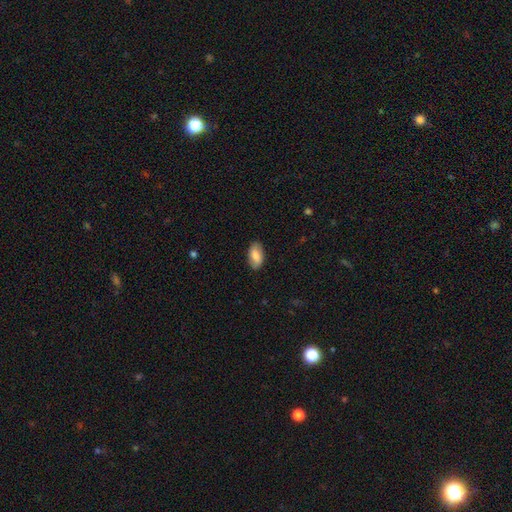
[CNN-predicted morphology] Smooth or featured?
  - smooth: 73% *
  - featured or disk: 20%
  - star or artifact: 7%
How rounded?
  - in between: 94% *
  - round: 3%
  - cigar-shaped: 3%
Merging?
  - none: 85% *
  - minor disturbance: 11%
  - major disturbance: 2%
  - merger: 1%